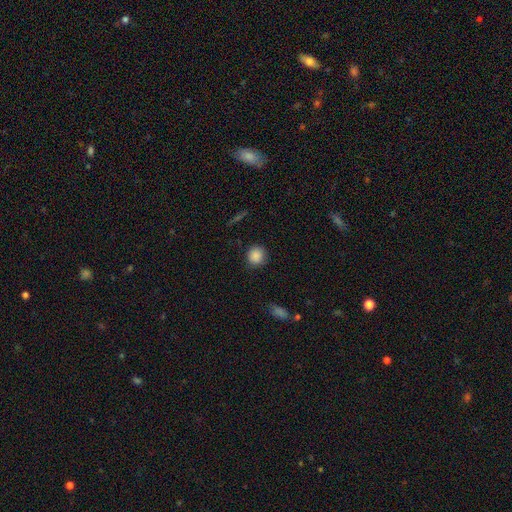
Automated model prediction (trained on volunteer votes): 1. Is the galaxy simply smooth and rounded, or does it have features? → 87% smooth, 9% star or artifact, 4% featured or disk.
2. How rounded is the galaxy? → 91% round, 8% in between, 1% cigar-shaped.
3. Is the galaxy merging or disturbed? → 87% none, 9% minor disturbance, 3% major disturbance, 1% merger.